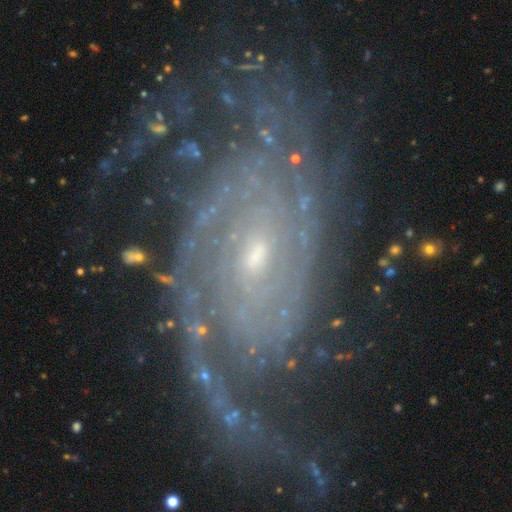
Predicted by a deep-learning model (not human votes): Smooth or featured? featured or disk (86%)
Edge-on disk? no (96%)
Bar? no (58%)
Spiral arms? yes (98%)
Spiral winding? tight (54%)
Spiral arm count? 2 (35%)
Bulge size? small (79%)
Merging? none (71%)